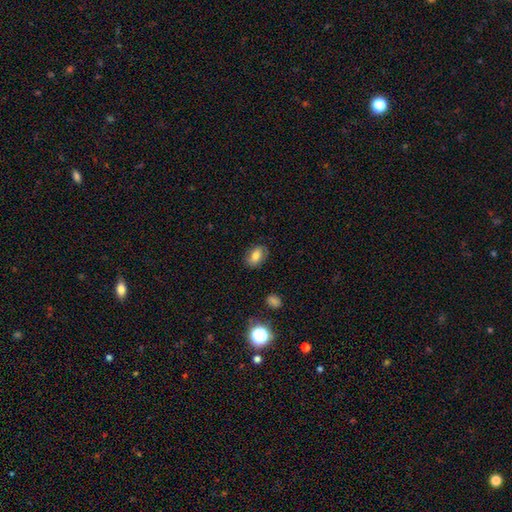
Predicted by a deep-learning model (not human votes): A smooth galaxy with no disk features (74%) that is in between round and cigar-shaped (85%).

Vote fractions:
- Smooth or featured? smooth: 74% / featured or disk: 16% / star or artifact: 9%
- How rounded? in between: 85% / round: 13% / cigar-shaped: 2%
- Merging? none: 82% / minor disturbance: 13% / major disturbance: 3% / merger: 1%